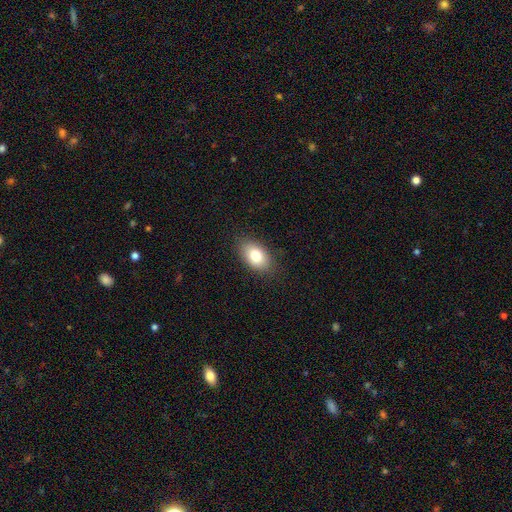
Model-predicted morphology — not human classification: smooth-or-featured: smooth: 79% | featured or disk: 12% | star or artifact: 9%
  how-rounded: in between: 88% | round: 10% | cigar-shaped: 2%
  merging: none: 85% | minor disturbance: 11% | major disturbance: 3% | merger: 1%